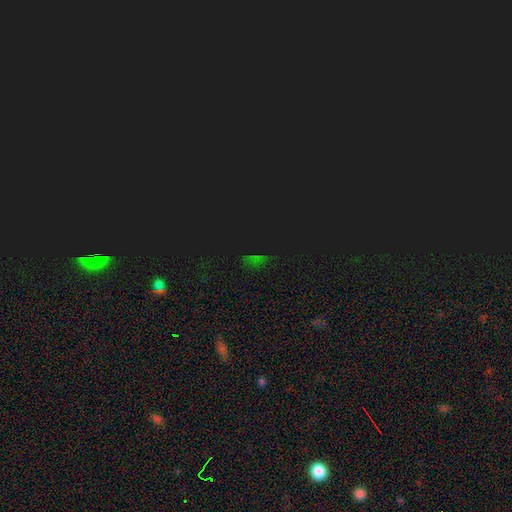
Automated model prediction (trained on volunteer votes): This appears to be a star or artifact, not a galaxy (76%).